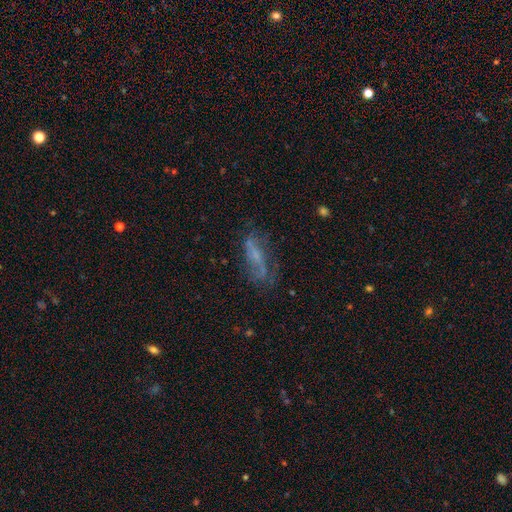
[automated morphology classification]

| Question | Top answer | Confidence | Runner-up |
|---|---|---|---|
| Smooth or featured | featured or disk | 61% | smooth (27%) |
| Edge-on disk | no | 84% | yes (16%) |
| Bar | no | 48% | weak (35%) |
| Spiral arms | yes | 76% | no (24%) |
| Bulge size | small | 48% | none (30%) |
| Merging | none | 56% | minor disturbance (22%) |